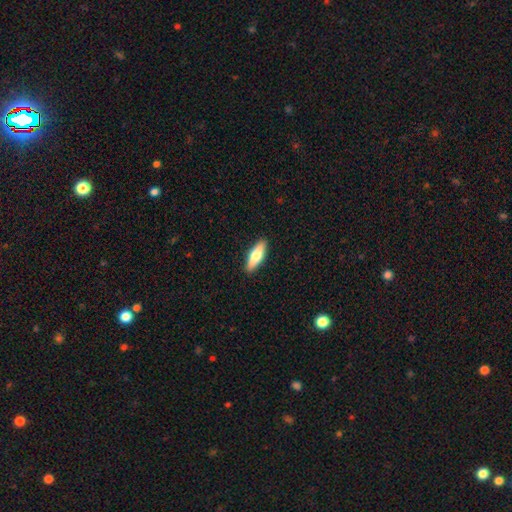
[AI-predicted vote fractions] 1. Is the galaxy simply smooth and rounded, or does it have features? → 66% smooth, 29% featured or disk, 5% star or artifact.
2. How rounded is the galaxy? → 49% in between, 48% cigar-shaped, 2% round.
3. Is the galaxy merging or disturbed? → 90% none, 7% minor disturbance, 2% major disturbance, 1% merger.